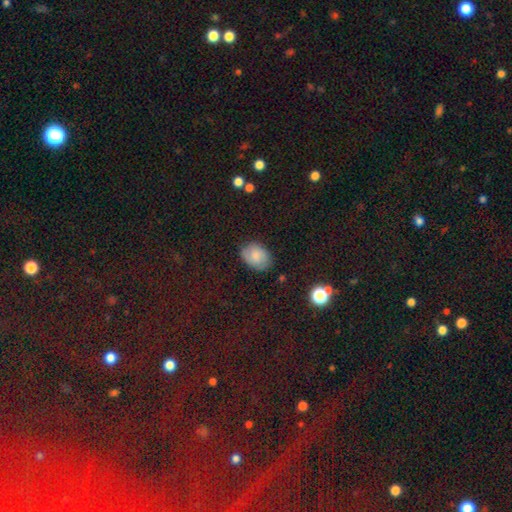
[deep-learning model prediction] smooth_or_featured: smooth (p=0.72) [alt: featured or disk p=0.17]
how_rounded: in between (p=0.75) [alt: round p=0.24]
merging: none (p=0.78) [alt: minor disturbance p=0.17]